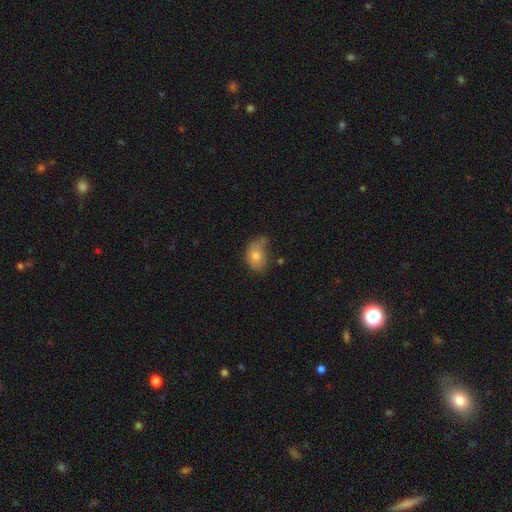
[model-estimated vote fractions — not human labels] smooth 73%, featured or disk 18%, star or artifact 10%. Down the decision tree: how rounded — in between (75%); merging — none (42%).